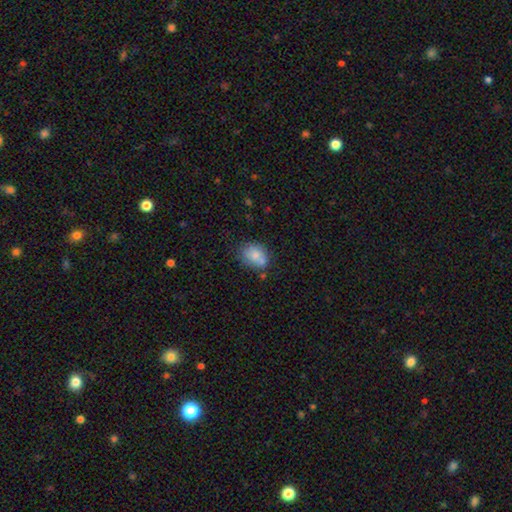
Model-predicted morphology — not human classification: smooth-or-featured: smooth: 76% | featured or disk: 15% | star or artifact: 9%
  how-rounded: in between: 55% | round: 44% | cigar-shaped: 1%
  merging: none: 54% | merger: 20% | minor disturbance: 20% | major disturbance: 6%